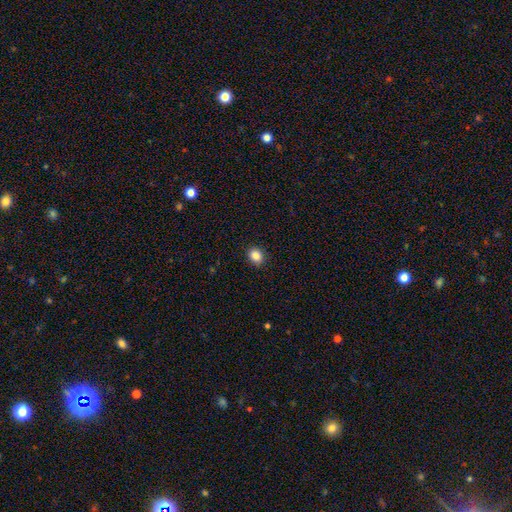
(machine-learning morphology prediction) The model was most divided on "how rounded": round: 58%, in between: 41%, cigar-shaped: 1%. More confident: merging — none (90%); smooth or featured — smooth (87%).